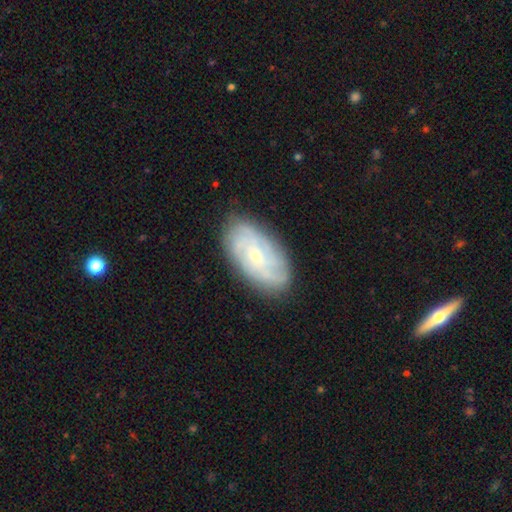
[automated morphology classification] A featured or disk galaxy (73%) with no bar (65%), tight (63%) spiral arms (92%) and a small central bulge (64%).

Vote fractions:
- Smooth or featured? featured or disk: 73% / smooth: 21% / star or artifact: 7%
- Edge-on disk? no: 95% / yes: 5%
- Bar? no: 65% / weak: 30% / strong: 5%
- Spiral arms? yes: 92% / no: 8%
- Spiral winding? tight: 63% / medium: 29% / loose: 8%
- Spiral arm count? can't tell: 42% / 4: 17% / 3: 16% / 2: 13% / more than 4: 6% / 1: 5%
- Bulge size? small: 64% / moderate: 32% / none: 2% / large: 1% / dominant: 1%
- Merging? none: 81% / minor disturbance: 14% / major disturbance: 3% / merger: 1%